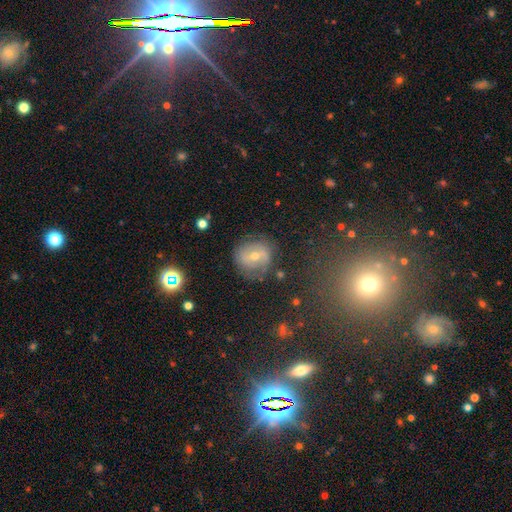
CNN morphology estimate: The model was most divided on "bar": weak: 43%, no: 35%, strong: 22%. More confident: edge-on disk — no (95%); merging — none (74%); spiral arms — yes (66%); bulge size — small (55%); smooth or featured — featured or disk (53%).